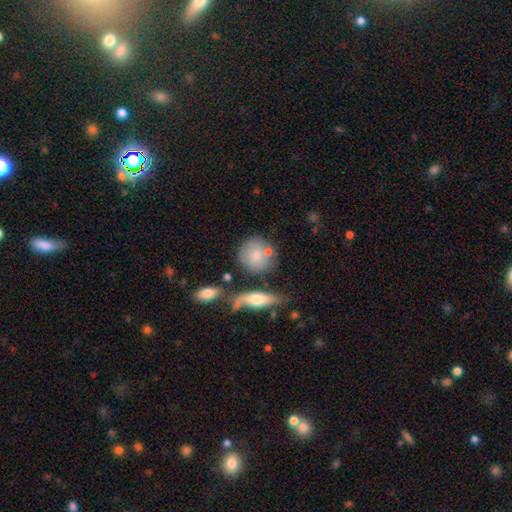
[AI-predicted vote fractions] Smooth or featured? Predicted: smooth (p=0.76). How rounded? Predicted: round (p=0.84). Merging? Predicted: none (p=0.65).